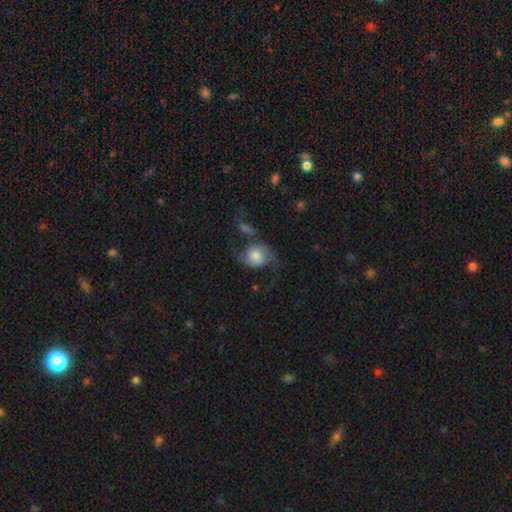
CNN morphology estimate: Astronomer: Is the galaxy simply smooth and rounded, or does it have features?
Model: featured or disk — 55% (runner-up: smooth, 37%).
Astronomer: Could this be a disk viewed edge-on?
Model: no — 97%.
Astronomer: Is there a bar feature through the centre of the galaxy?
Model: no — 74%.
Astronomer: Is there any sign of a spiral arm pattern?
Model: yes — 87%.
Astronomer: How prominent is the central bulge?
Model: moderate — 42% (runner-up: small, 23%).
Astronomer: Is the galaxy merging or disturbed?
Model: none — 42% (runner-up: major disturbance, 24%).